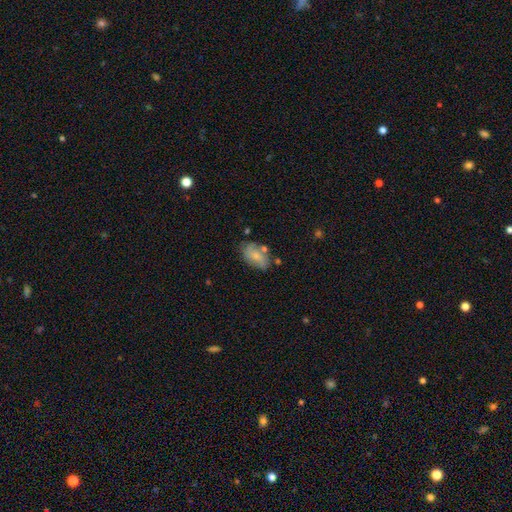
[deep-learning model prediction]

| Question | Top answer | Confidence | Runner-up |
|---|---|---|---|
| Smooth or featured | smooth | 67% | featured or disk (25%) |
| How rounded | in between | 90% | round (7%) |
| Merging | none | 61% | minor disturbance (23%) |